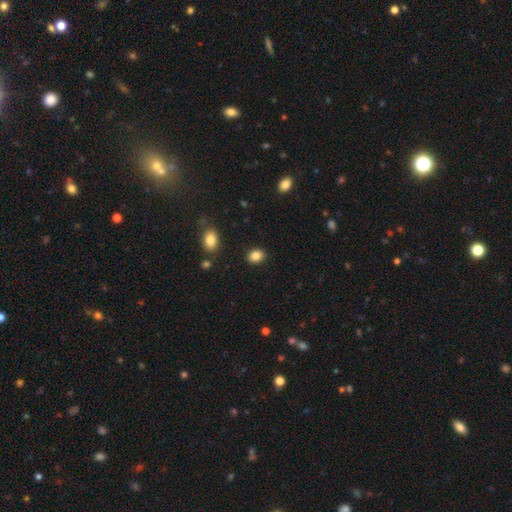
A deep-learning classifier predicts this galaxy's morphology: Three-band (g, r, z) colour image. It shows a smooth galaxy with no disk features (87%) that is in between round and cigar-shaped (57%). Merging: none (88%).